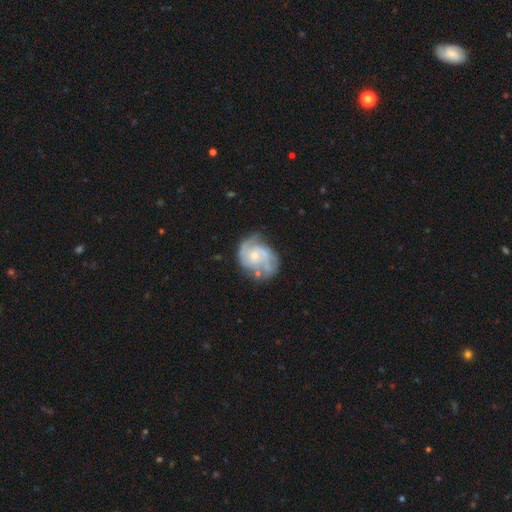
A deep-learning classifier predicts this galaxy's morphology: This appears to be a featured or disk galaxy (80%) with no bar (68%), 2 (59%) medium (45%) spiral arms (91%) and a small central bulge (54%). Merging: none (55%).